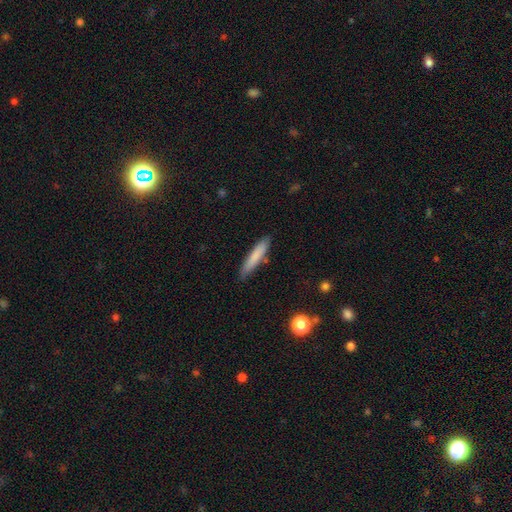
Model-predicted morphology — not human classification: A smooth galaxy with no disk features (78%) that is cigar-shaped (90%). Merging: none (83%).